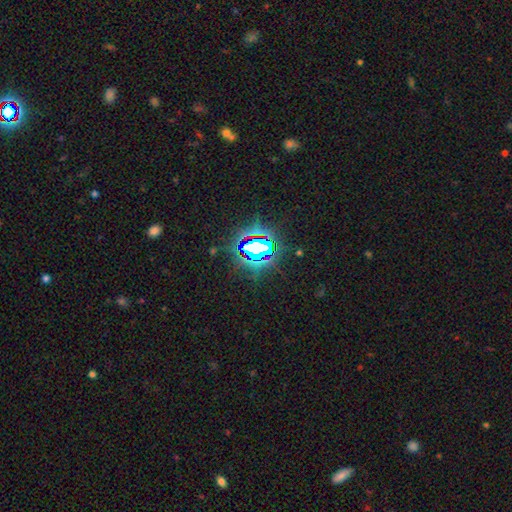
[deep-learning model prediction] Smooth or featured? star or artifact (81%)